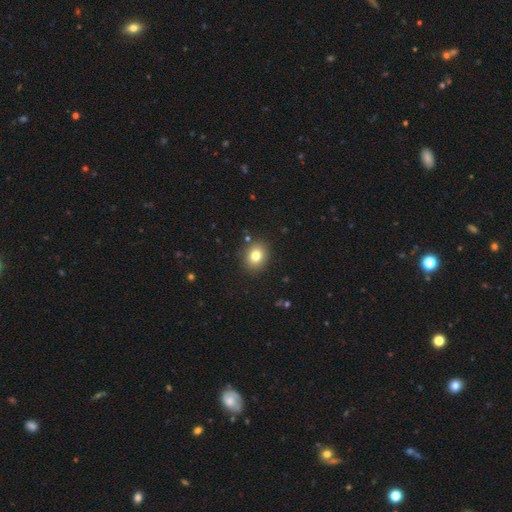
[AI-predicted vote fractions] This appears to be a smooth galaxy with no disk features (80%) that is round (66%). Merging: none (88%).